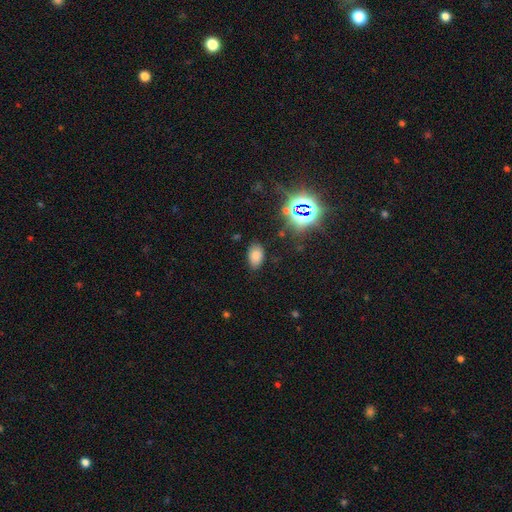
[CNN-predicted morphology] A smooth galaxy with no disk features (75%) that is in between round and cigar-shaped (90%).

Vote fractions:
- Smooth or featured? smooth: 75% / star or artifact: 18% / featured or disk: 7%
- How rounded? in between: 90% / round: 9% / cigar-shaped: 1%
- Merging? none: 81% / minor disturbance: 14% / major disturbance: 4% / merger: 2%